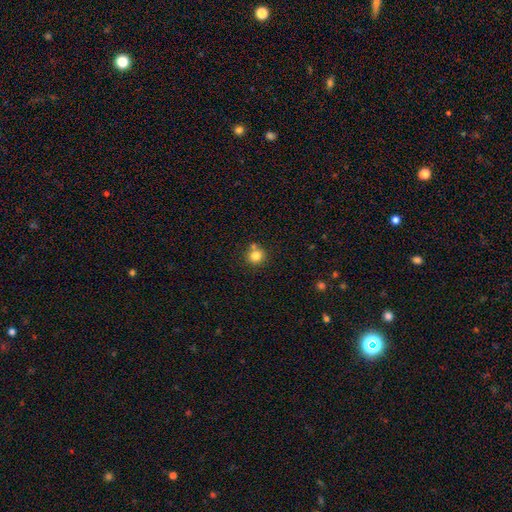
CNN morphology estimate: Smooth or featured?
  - smooth: 80% *
  - star or artifact: 12%
  - featured or disk: 8%
How rounded?
  - round: 91% *
  - in between: 8%
  - cigar-shaped: 1%
Merging?
  - none: 71% *
  - merger: 17%
  - minor disturbance: 10%
  - major disturbance: 3%